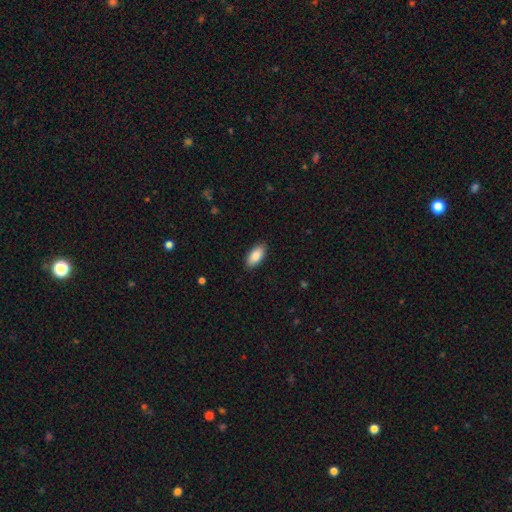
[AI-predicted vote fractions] Morphology: type=smooth (87%); roundness=in between (91%); merging=none (89%).